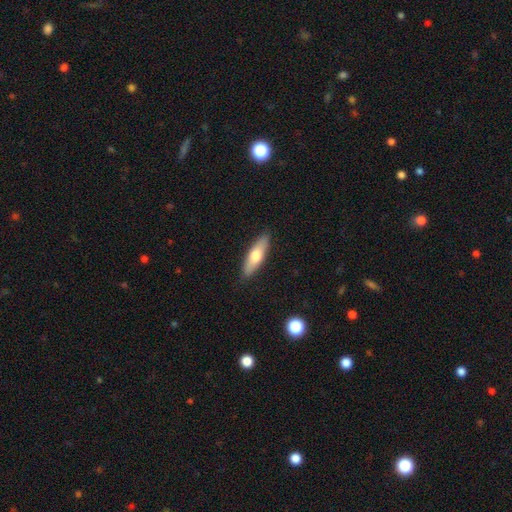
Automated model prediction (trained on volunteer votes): Overall: smooth (63%; featured or disk 32%). How rounded: cigar-shaped (55%; in between 43%). Merging: none (89%).